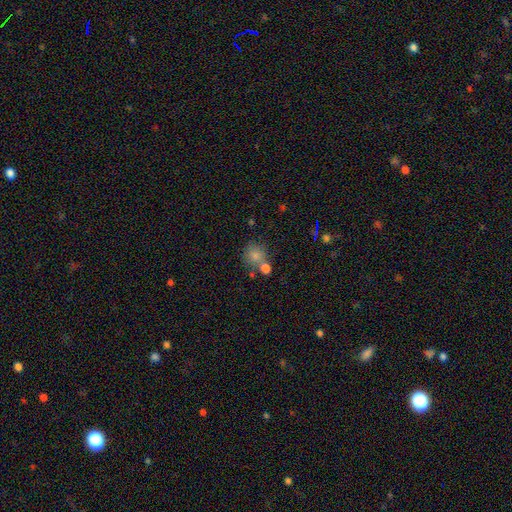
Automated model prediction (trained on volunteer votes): smooth_or_featured: smooth (p=0.79) [alt: star or artifact p=0.12]
how_rounded: round (p=0.85) [alt: in between p=0.14]
merging: none (p=0.60) [alt: merger p=0.23]